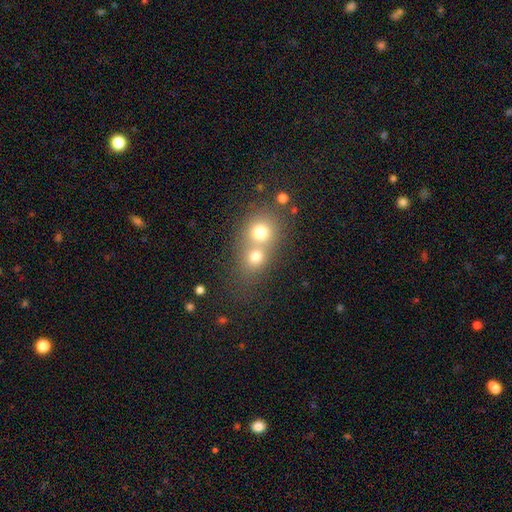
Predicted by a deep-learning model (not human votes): Overall: smooth (69%). How rounded: round (72%). Merging: merger (66%; none 27%).